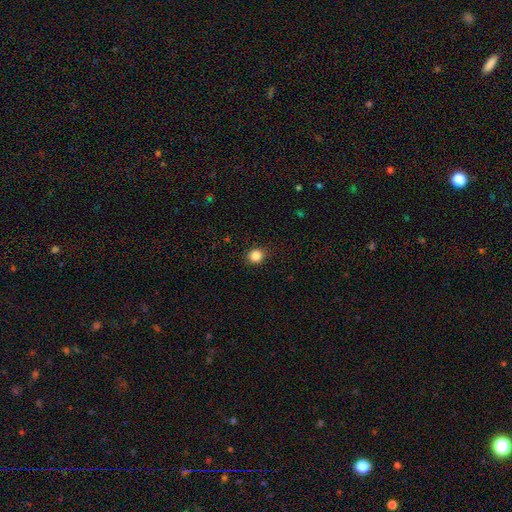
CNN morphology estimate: smooth_or_featured: smooth (p=0.86) [alt: star or artifact p=0.11]
how_rounded: round (p=0.84) [alt: in between p=0.15]
merging: none (p=0.88) [alt: minor disturbance p=0.09]